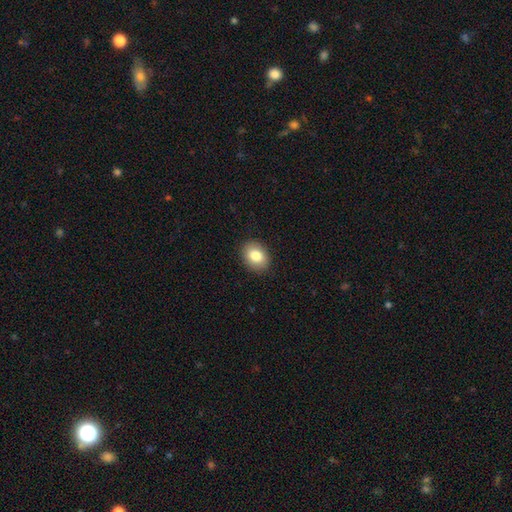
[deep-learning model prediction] Q: Smooth or featured?
A: smooth (84%); runner-up: star or artifact (8%)
Q: How rounded?
A: in between (64%); runner-up: round (35%)
Q: Merging?
A: none (89%); runner-up: minor disturbance (8%)